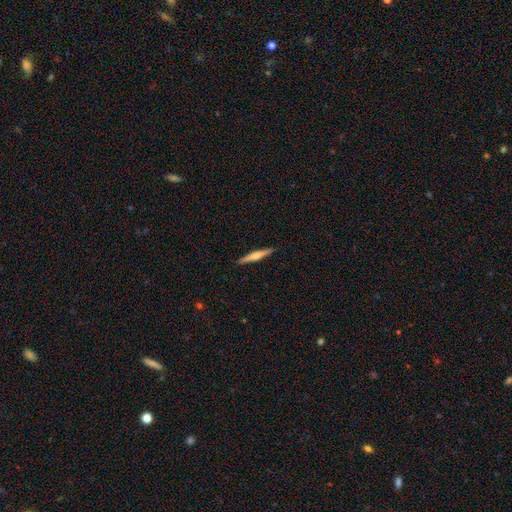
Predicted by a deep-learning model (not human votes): Morphology: type=featured or disk (52%); edge-on=yes (98%); edge-on bulge=rounded (70%); merging=none (92%).